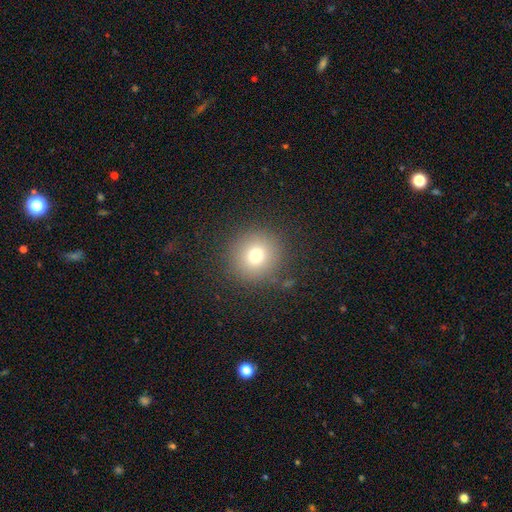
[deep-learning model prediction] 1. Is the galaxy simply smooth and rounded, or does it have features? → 74% smooth, 15% star or artifact, 10% featured or disk.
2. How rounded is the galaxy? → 94% round, 5% in between, 1% cigar-shaped.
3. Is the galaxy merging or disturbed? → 88% none, 7% minor disturbance, 4% major disturbance, 1% merger.